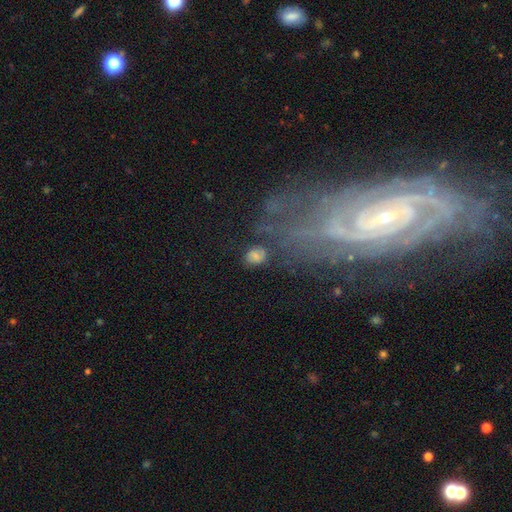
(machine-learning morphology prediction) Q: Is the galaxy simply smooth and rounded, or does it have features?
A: smooth — 62%.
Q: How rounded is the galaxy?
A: in between — 54%.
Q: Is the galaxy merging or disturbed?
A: none — 65%.